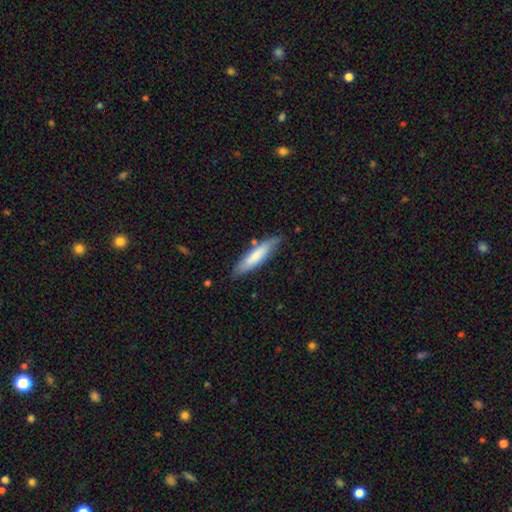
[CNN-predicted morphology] This is likely a smooth galaxy (74%). How rounded: likely cigar-shaped (77%). Merging: clearly none (81%).